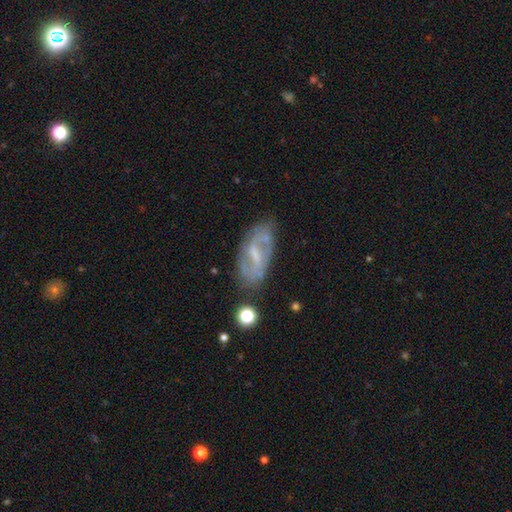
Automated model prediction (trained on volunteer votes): Smooth or featured?
  - featured or disk: 70% *
  - smooth: 21%
  - star or artifact: 8%
Edge-on disk?
  - no: 91% *
  - yes: 9%
Bar?
  - weak: 50% *
  - strong: 30%
  - no: 20%
Spiral arms?
  - yes: 74% *
  - no: 26%
Bulge size?
  - small: 41% *
  - none: 28%
  - moderate: 28%
  - large: 2%
  - dominant: 1%
Merging?
  - none: 67% *
  - minor disturbance: 20%
  - major disturbance: 8%
  - merger: 4%